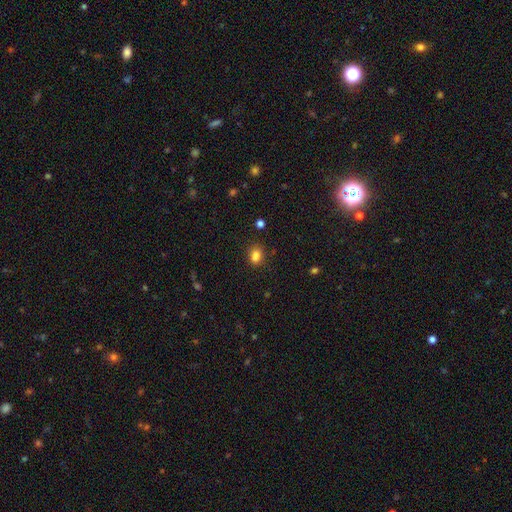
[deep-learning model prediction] smooth_or_featured: smooth (p=0.83) [alt: star or artifact p=0.12]
how_rounded: in between (p=0.65) [alt: round p=0.33]
merging: none (p=0.79) [alt: minor disturbance p=0.13]